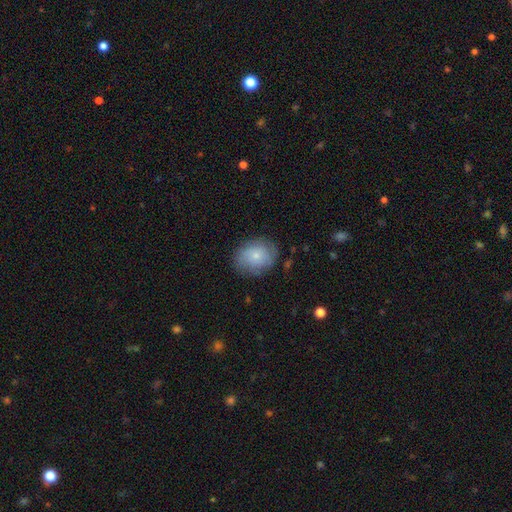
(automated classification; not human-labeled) A smooth galaxy with no disk features (68%) that is round (52%).

Vote fractions:
- Smooth or featured? smooth: 68% / featured or disk: 24% / star or artifact: 8%
- How rounded? round: 52% / in between: 47% / cigar-shaped: 1%
- Merging? none: 74% / minor disturbance: 19% / major disturbance: 6% / merger: 1%